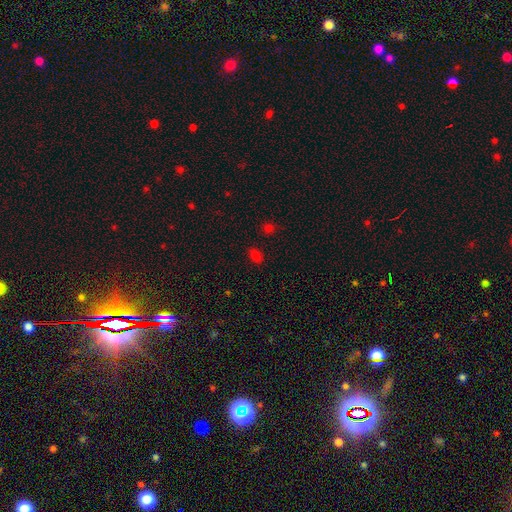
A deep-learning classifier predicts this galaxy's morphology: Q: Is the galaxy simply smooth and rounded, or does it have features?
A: smooth — 73%.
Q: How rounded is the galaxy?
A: in between — 81%.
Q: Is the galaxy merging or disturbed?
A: none — 82%.